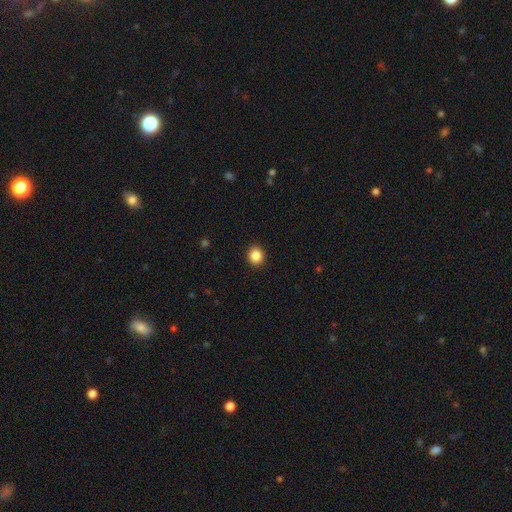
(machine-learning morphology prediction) Overall: smooth (86%). How rounded: round (84%). Merging: none (92%).